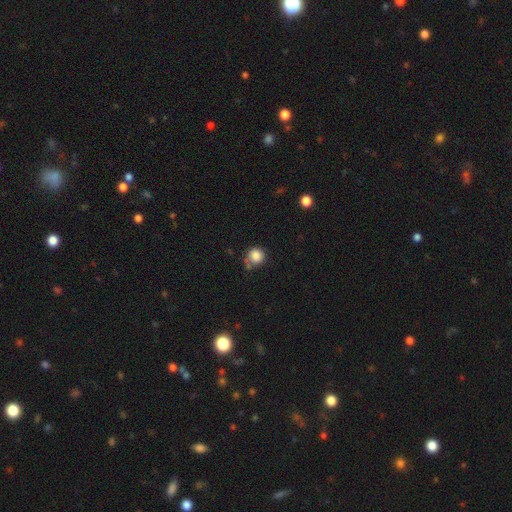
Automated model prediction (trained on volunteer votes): smooth-or-featured: smooth: 85% | star or artifact: 10% | featured or disk: 5%
  how-rounded: round: 88% | in between: 11% | cigar-shaped: 1%
  merging: none: 55% | minor disturbance: 25% | merger: 11% | major disturbance: 9%